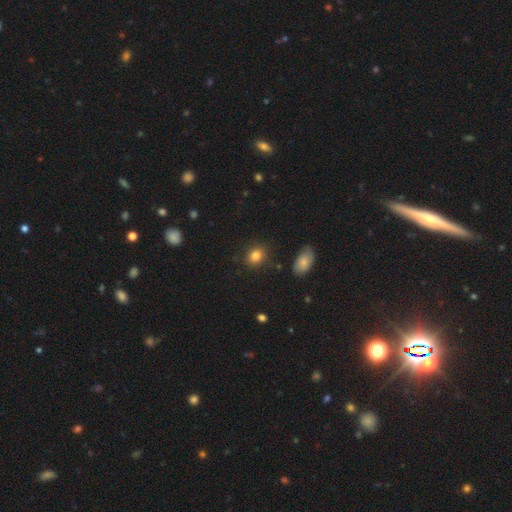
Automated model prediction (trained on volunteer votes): smooth_or_featured: smooth (p=0.83) [alt: star or artifact p=0.10]
how_rounded: round (p=0.50) [alt: in between p=0.49]
merging: none (p=0.85) [alt: minor disturbance p=0.10]